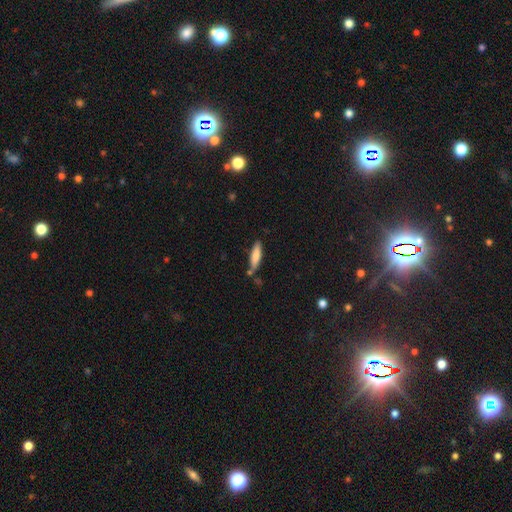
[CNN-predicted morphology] This appears to be a smooth galaxy with no disk features (77%) that is cigar-shaped (72%). Merging: none (69%).